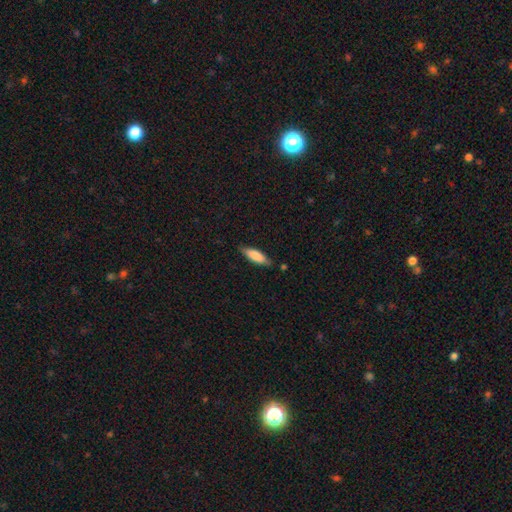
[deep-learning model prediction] smooth-or-featured: smooth: 80% | featured or disk: 14% | star or artifact: 6%
  how-rounded: in between: 53% | cigar-shaped: 46% | round: 2%
  merging: none: 77% | minor disturbance: 17% | major disturbance: 3% | merger: 2%